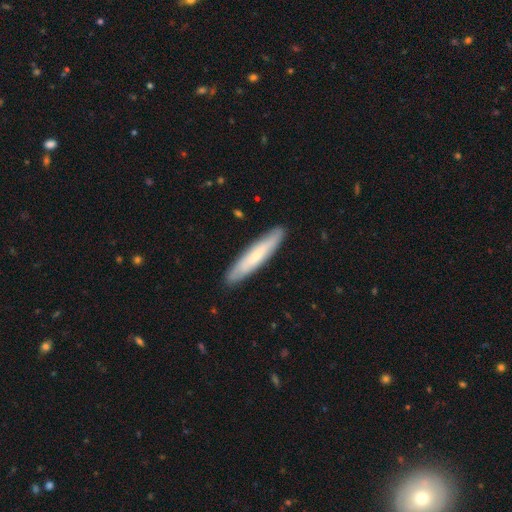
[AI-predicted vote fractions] This is possibly a smooth galaxy (57%). How rounded: clearly cigar-shaped (89%). Merging: clearly none (89%).